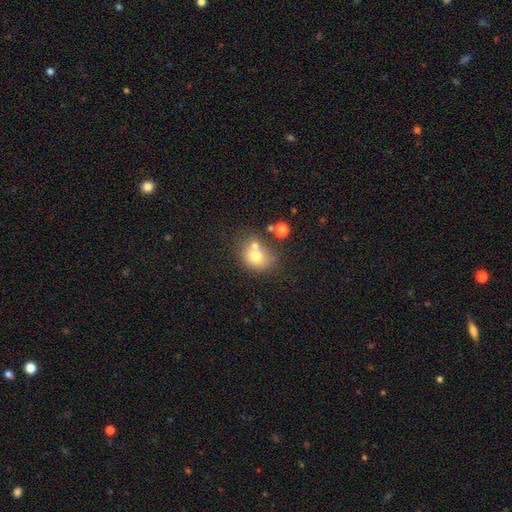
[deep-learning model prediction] Smooth or featured? Predicted: smooth (p=0.70). How rounded? Predicted: round (p=0.62). Merging? Predicted: none (p=0.47).